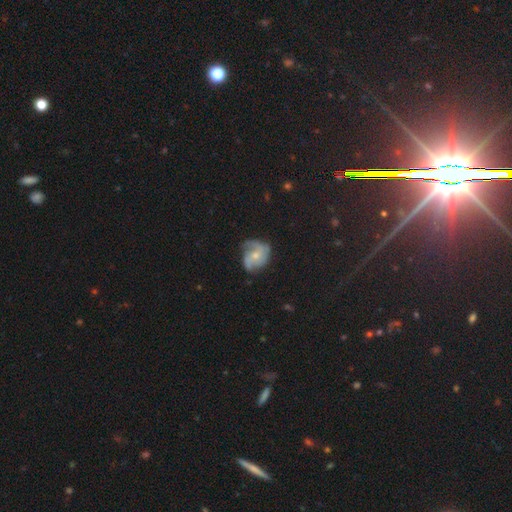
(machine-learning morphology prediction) This appears to be a featured or disk galaxy (75%) with no bar (74%), 3 (49%) medium (47%) spiral arms (93%) and a small central bulge (56%). Merging: none (60%).